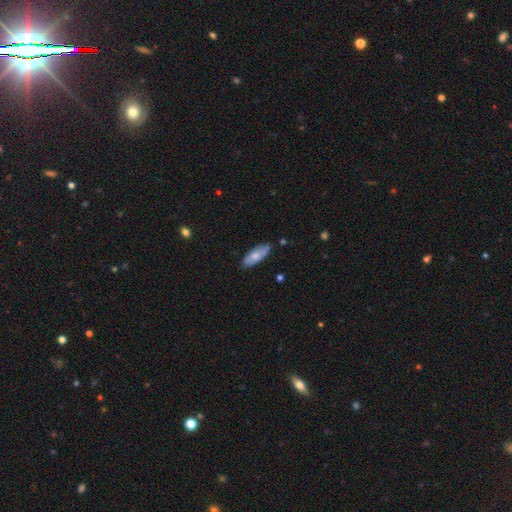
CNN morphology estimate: Overall: smooth (66%; featured or disk 28%). How rounded: in between (73%). Merging: none (80%).